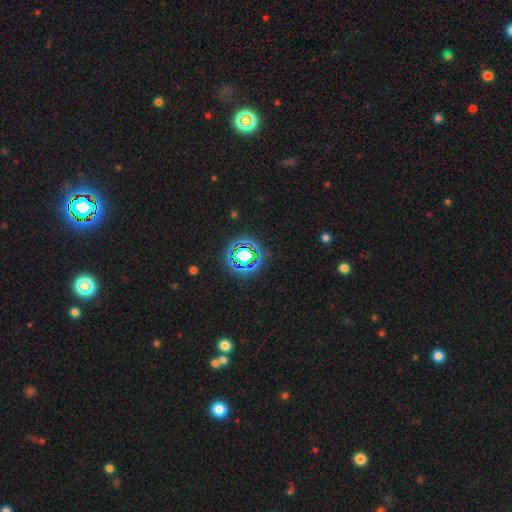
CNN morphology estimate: Smooth or featured: star or artifact — 78% (smooth — 14%)